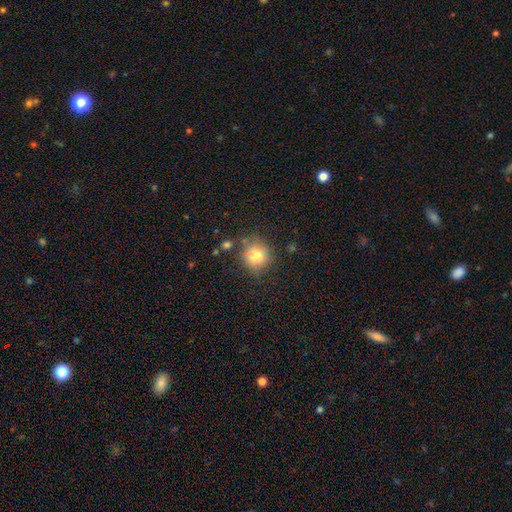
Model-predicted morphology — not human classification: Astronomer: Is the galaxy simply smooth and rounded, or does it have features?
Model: smooth — 76%.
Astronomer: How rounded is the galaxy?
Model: round — 85%.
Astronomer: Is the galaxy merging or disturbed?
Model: none — 77%.